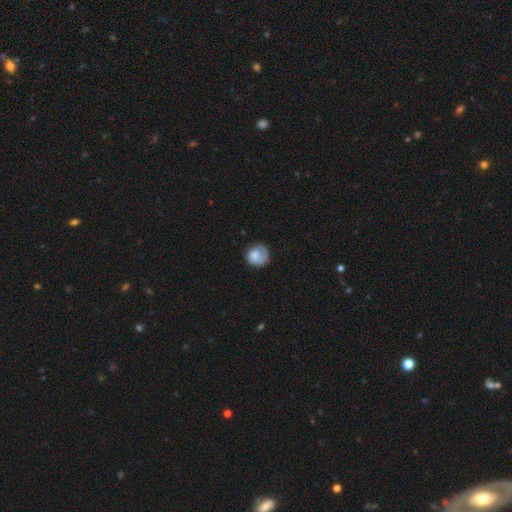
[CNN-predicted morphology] Smooth or featured?
  - smooth: 78% *
  - featured or disk: 15%
  - star or artifact: 7%
How rounded?
  - round: 84% *
  - in between: 15%
  - cigar-shaped: 1%
Merging?
  - none: 61% *
  - minor disturbance: 26%
  - major disturbance: 11%
  - merger: 2%